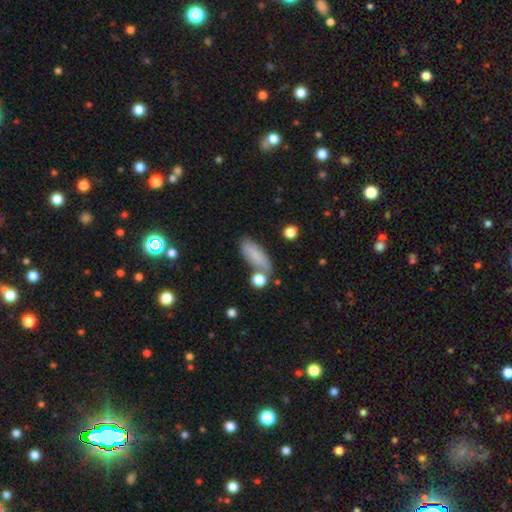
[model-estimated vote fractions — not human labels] Smooth or featured? smooth (81%)
How rounded? in between (67%)
Merging? none (66%)